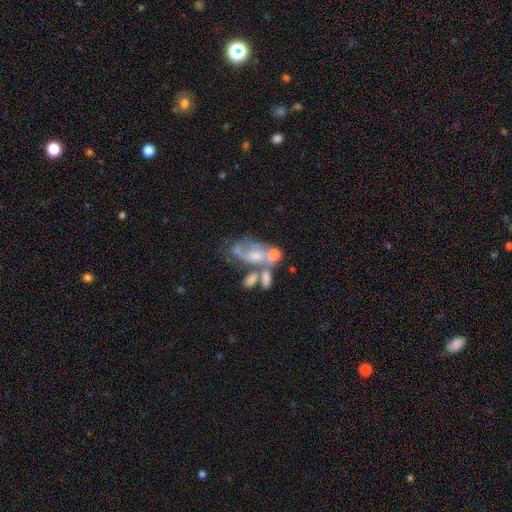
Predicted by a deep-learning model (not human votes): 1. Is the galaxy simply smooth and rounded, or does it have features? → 65% featured or disk, 23% smooth, 12% star or artifact.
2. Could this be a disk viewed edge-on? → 95% no, 5% yes.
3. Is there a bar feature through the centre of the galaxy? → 75% no, 20% weak, 5% strong.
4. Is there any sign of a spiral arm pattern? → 63% yes, 37% no.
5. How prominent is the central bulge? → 42% small, 34% moderate, 18% none, 5% large, 2% dominant.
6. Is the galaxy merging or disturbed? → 41% merger, 23% major disturbance, 22% none, 14% minor disturbance.